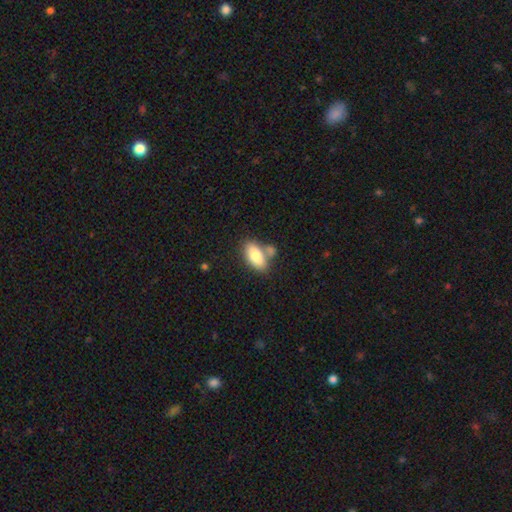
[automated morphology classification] Smooth or featured: smooth — 80% (featured or disk — 14%)
How rounded: in between — 90% (cigar-shaped — 6%)
Merging: none — 55% (merger — 25%)